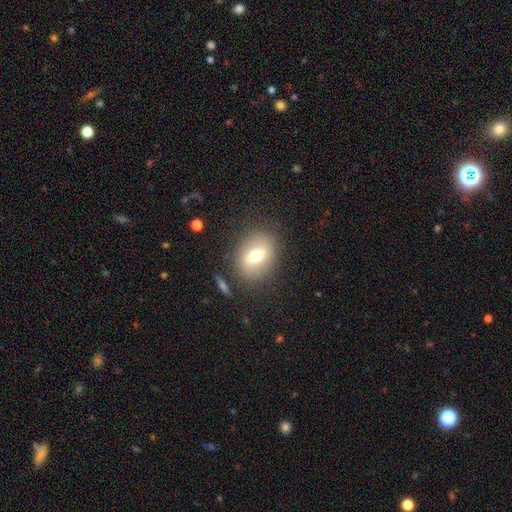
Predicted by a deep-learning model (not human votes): Q: Smooth or featured?
A: smooth (59%); runner-up: featured or disk (32%)
Q: How rounded?
A: round (49%); tied with: in between (49%)
Q: Merging?
A: none (80%); runner-up: minor disturbance (12%)